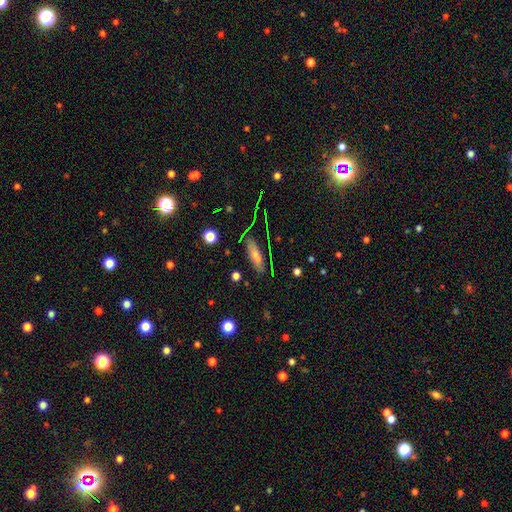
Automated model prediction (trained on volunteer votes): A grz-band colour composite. It shows a smooth galaxy with no disk features (68%) that is in between round and cigar-shaped (50%). Merging: none (78%).